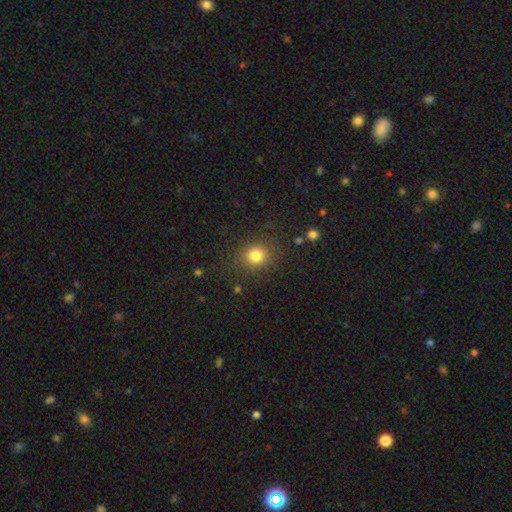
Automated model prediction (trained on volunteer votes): Overall: smooth (81%). How rounded: round (82%). Merging: none (85%).